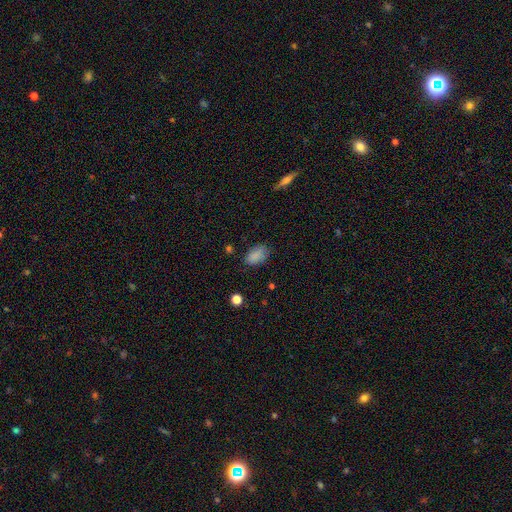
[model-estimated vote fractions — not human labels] This appears to be a smooth galaxy with no disk features (85%) that is in between round and cigar-shaped (91%). Merging: none (73%).